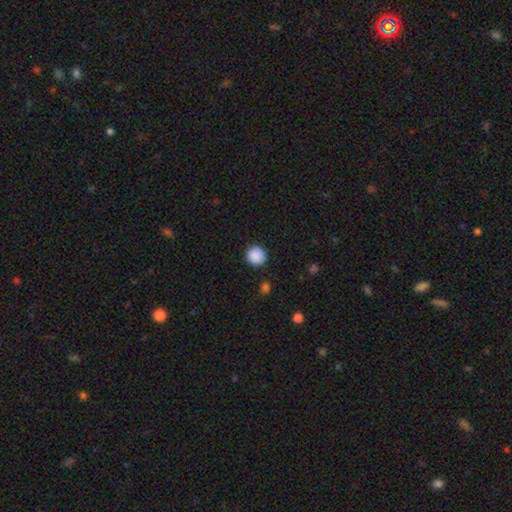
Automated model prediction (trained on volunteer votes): Smooth or featured: smooth — 89% (star or artifact — 8%)
How rounded: round — 94% (in between — 5%)
Merging: none — 91% (minor disturbance — 5%)